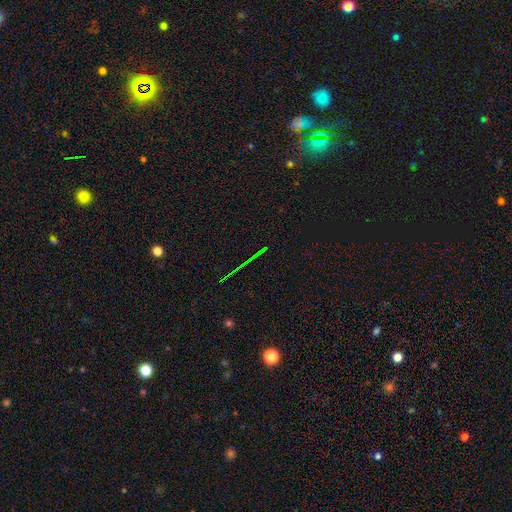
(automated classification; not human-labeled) The model was most divided on "smooth or featured": star or artifact: 77%, featured or disk: 13%, smooth: 10%.